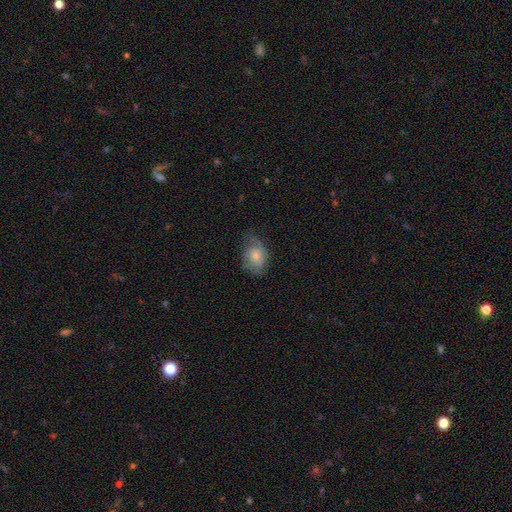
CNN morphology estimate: smooth 54%, featured or disk 36%, star or artifact 10%. Down the decision tree: how rounded — in between (76%); merging — none (62%).